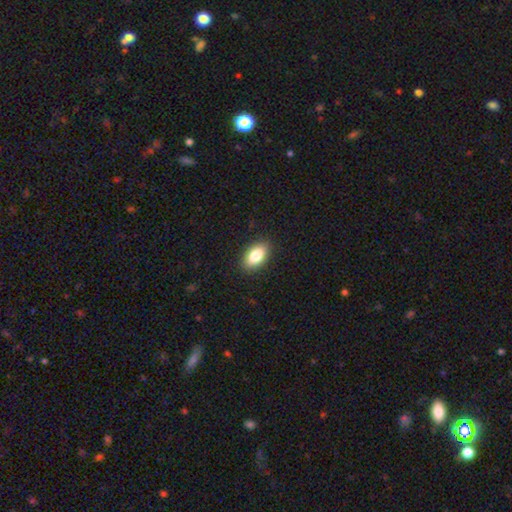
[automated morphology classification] type=smooth (82%); roundness=in between (92%); merging=none (90%).